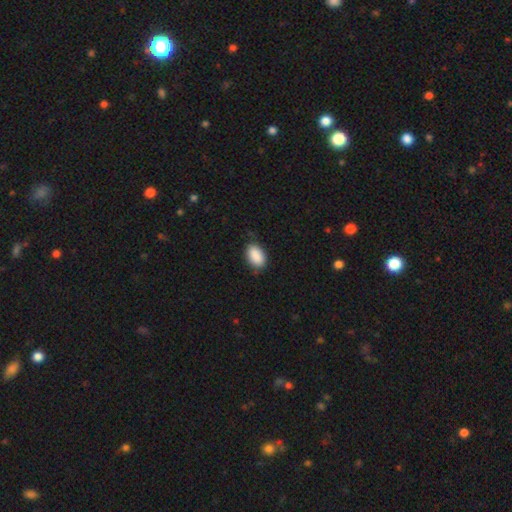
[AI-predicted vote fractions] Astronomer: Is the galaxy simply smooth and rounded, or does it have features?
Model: smooth — 90%.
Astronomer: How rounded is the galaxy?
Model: in between — 91%.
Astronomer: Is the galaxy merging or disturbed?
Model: none — 81%.